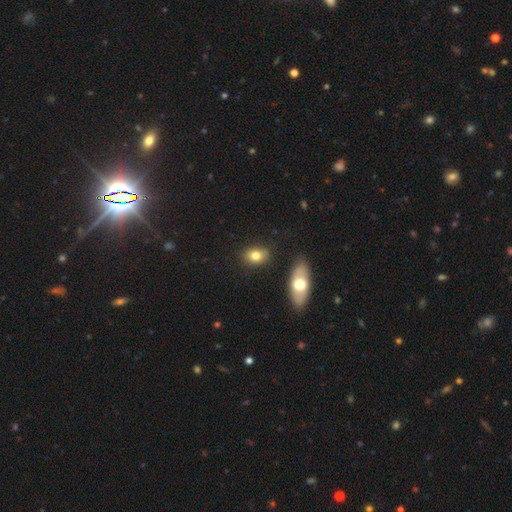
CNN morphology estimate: This is likely a smooth galaxy (79%). How rounded: likely in between (72%). Merging: clearly none (81%).